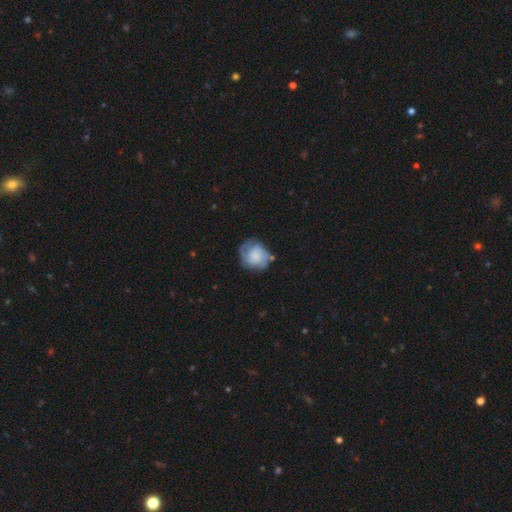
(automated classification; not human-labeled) Overall: featured or disk (49%; smooth 43%). Merging: none (55%; minor disturbance 27%).